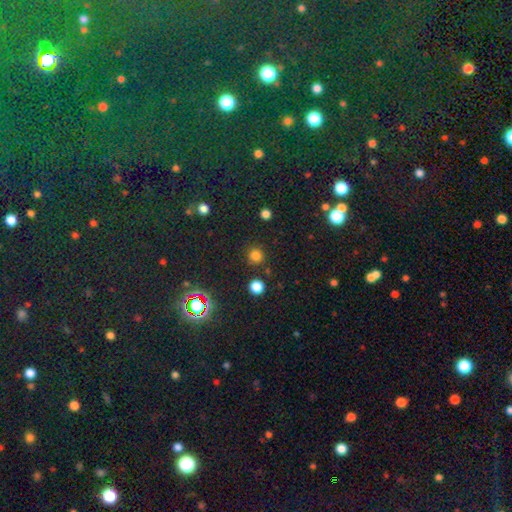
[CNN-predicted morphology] smooth 76%, star or artifact 19%, featured or disk 5%. Down the decision tree: how rounded — round (92%); merging — none (85%).